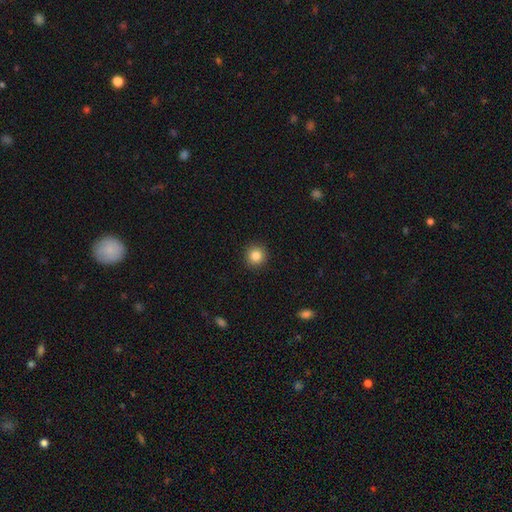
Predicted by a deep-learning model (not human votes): smooth 85%, star or artifact 10%, featured or disk 5%. Down the decision tree: how rounded — round (94%); merging — none (92%).